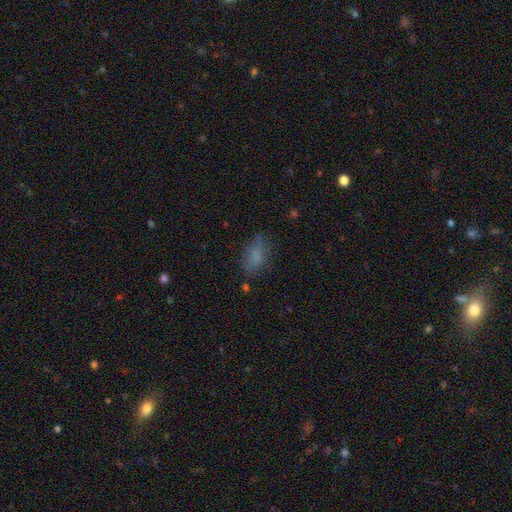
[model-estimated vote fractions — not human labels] The model was most divided on "merging": none: 64%, minor disturbance: 22%, major disturbance: 11%, merger: 3%. More confident: how rounded — in between (83%); smooth or featured — smooth (73%).